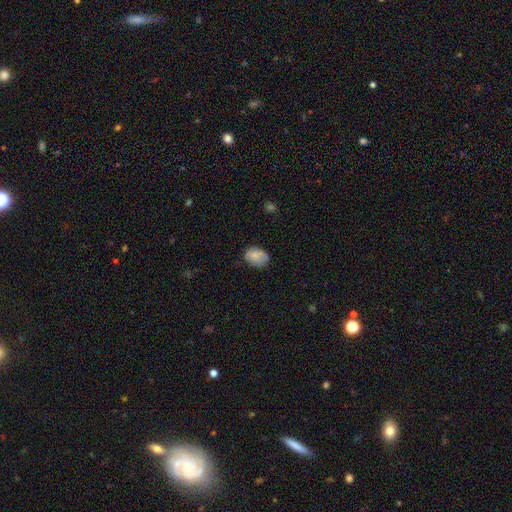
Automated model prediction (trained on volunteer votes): The model was most divided on "merging": none: 68%, minor disturbance: 25%, major disturbance: 5%, merger: 2%. More confident: smooth or featured — smooth (82%); how rounded — in between (72%).